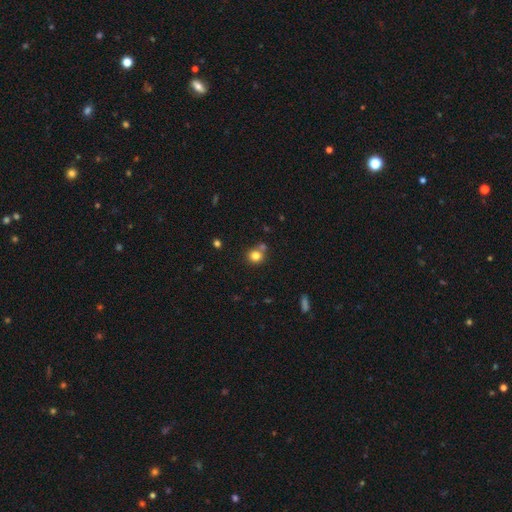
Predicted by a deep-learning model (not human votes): A smooth galaxy with no disk features (80%) that is round (87%). Merging: none (65%).